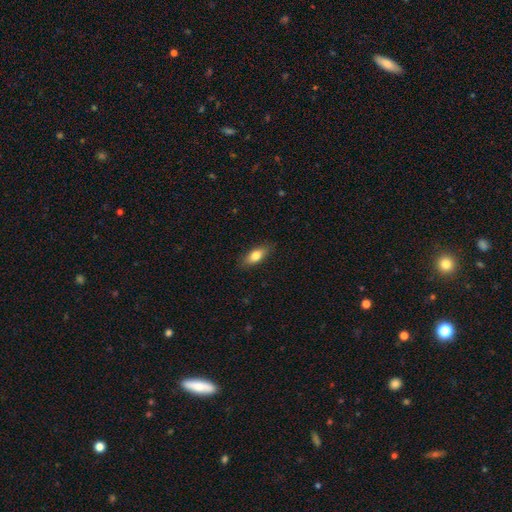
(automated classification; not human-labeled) This is likely a smooth galaxy (79%). How rounded: likely in between (78%). Merging: clearly none (87%).